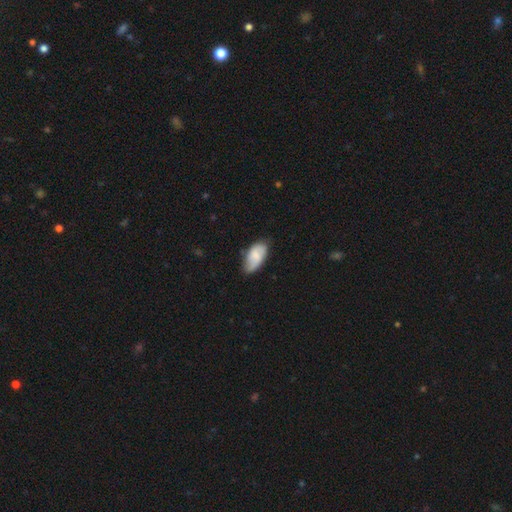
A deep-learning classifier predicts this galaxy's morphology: Smooth or featured? smooth (63%)
How rounded? in between (94%)
Merging? none (65%)